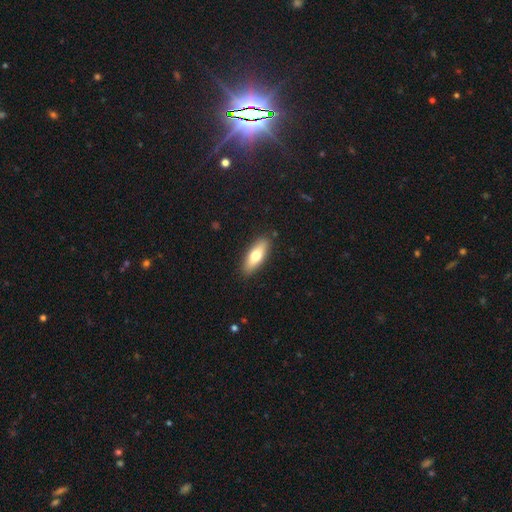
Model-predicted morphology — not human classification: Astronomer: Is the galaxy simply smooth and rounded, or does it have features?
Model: smooth — 67%.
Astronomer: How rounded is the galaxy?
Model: in between — 67%.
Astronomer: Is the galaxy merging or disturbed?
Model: none — 88%.